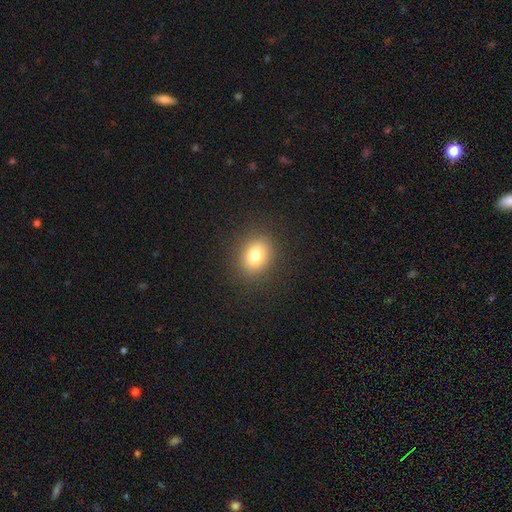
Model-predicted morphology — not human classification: A smooth galaxy with no disk features (79%) that is round (55%).

Vote fractions:
- Smooth or featured? smooth: 79% / star or artifact: 12% / featured or disk: 9%
- How rounded? round: 55% / in between: 44% / cigar-shaped: 1%
- Merging? none: 88% / minor disturbance: 7% / major disturbance: 3% / merger: 1%